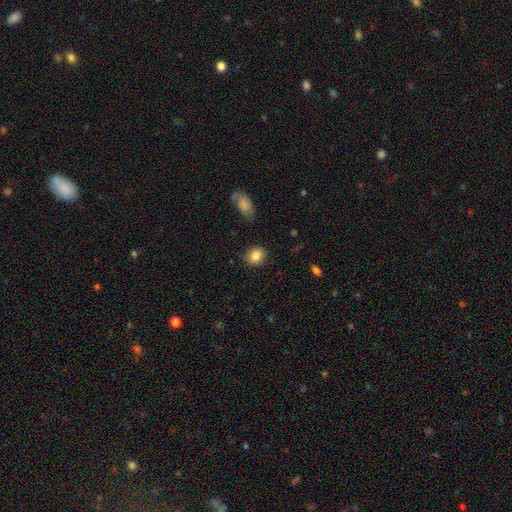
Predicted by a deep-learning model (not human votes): Smooth or featured? smooth (86%)
How rounded? round (64%)
Merging? none (85%)